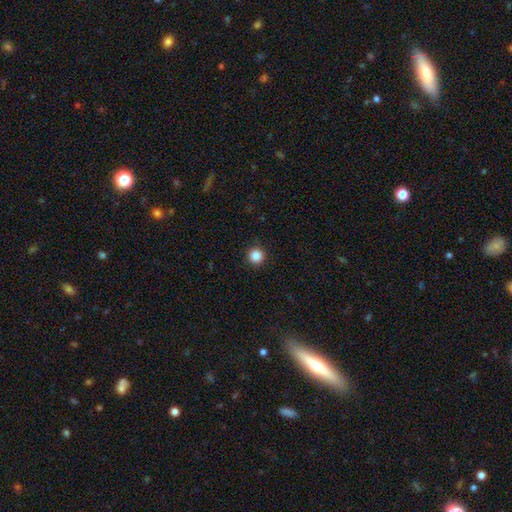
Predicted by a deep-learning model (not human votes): smooth-or-featured: smooth: 86% | star or artifact: 10% | featured or disk: 3%
  how-rounded: round: 96% | in between: 3% | cigar-shaped: 1%
  merging: none: 93% | minor disturbance: 4% | major disturbance: 2% | merger: 1%